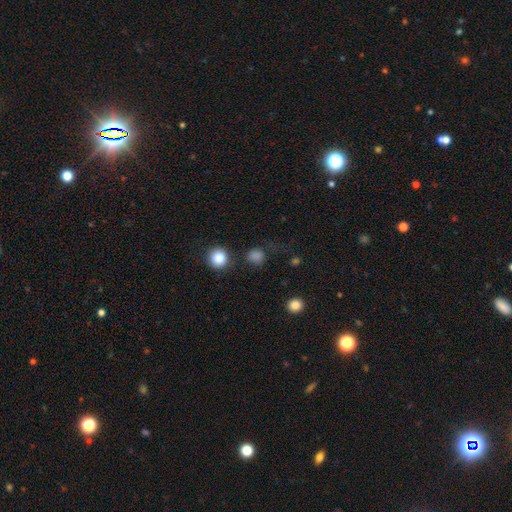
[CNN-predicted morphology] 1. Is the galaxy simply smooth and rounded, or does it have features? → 73% smooth, 21% star or artifact, 6% featured or disk.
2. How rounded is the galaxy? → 88% round, 11% in between, 1% cigar-shaped.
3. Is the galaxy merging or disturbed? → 72% none, 13% minor disturbance, 9% major disturbance, 6% merger.